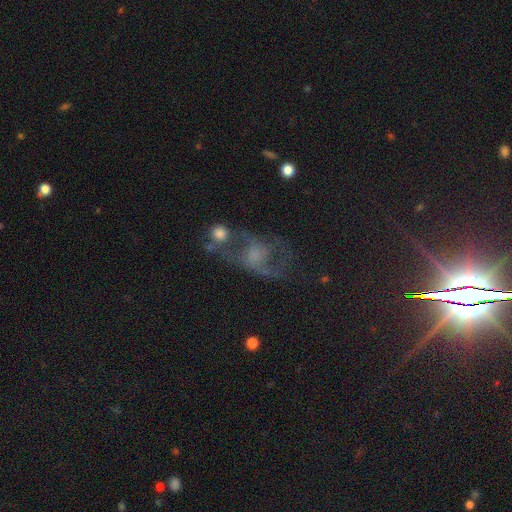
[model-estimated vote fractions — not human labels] Q: Smooth or featured?
A: featured or disk (53%); runner-up: smooth (29%)
Q: Edge-on disk?
A: no (95%); runner-up: yes (5%)
Q: Bar?
A: no (76%); runner-up: weak (19%)
Q: Spiral arms?
A: yes (57%); runner-up: no (43%)
Q: Bulge size?
A: none (30%); runner-up: moderate (29%)
Q: Merging?
A: major disturbance (32%); tied with: none (32%)